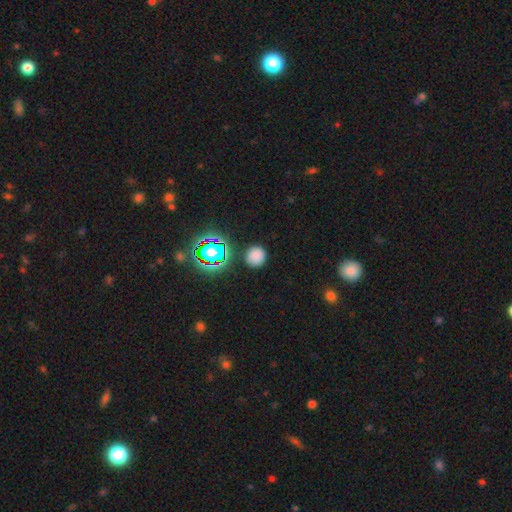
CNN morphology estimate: A smooth galaxy with no disk features (75%) that is round (92%).

Vote fractions:
- Smooth or featured? smooth: 75% / star or artifact: 19% / featured or disk: 6%
- How rounded? round: 92% / in between: 7% / cigar-shaped: 1%
- Merging? none: 88% / minor disturbance: 8% / major disturbance: 2% / merger: 2%